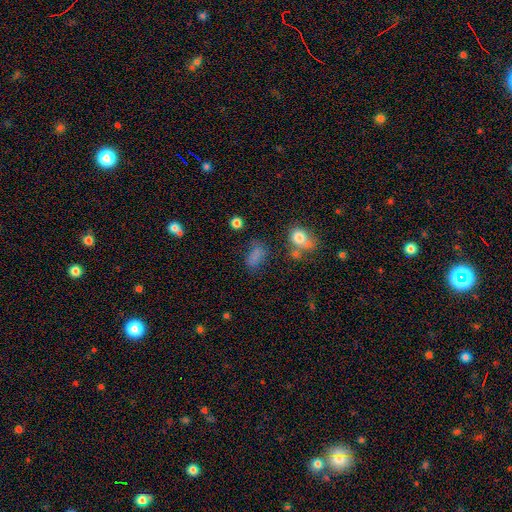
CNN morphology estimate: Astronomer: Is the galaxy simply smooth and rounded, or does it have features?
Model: smooth — 72%.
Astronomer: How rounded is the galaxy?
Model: in between — 79%.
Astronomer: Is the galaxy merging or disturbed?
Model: none — 49%.